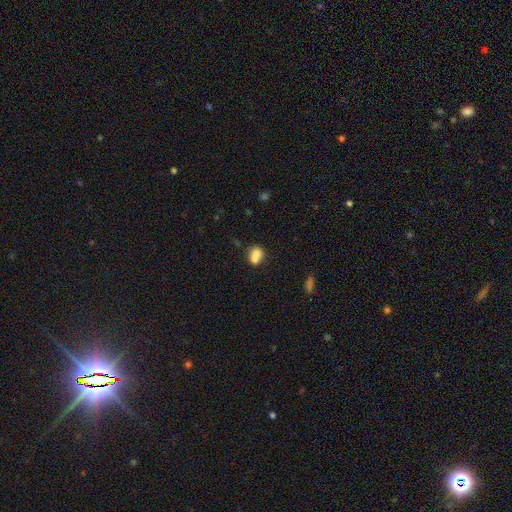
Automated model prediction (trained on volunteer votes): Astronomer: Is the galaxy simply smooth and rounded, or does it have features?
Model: smooth — 76%.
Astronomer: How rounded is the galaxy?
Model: round — 56% (runner-up: in between, 43%).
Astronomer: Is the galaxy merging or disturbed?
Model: merger — 49% (runner-up: none, 35%).